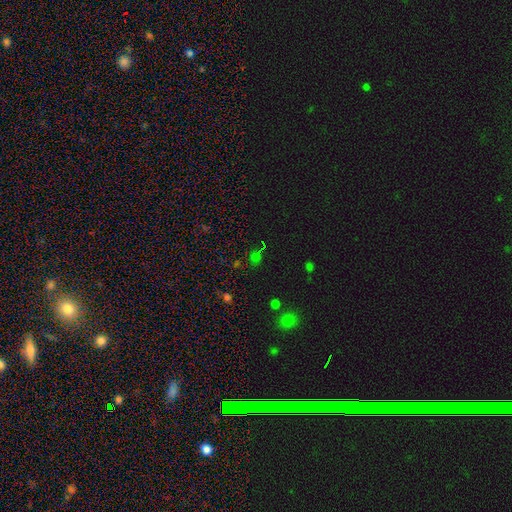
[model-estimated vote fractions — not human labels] This is possibly a star or artifact rather than a galaxy (58%).